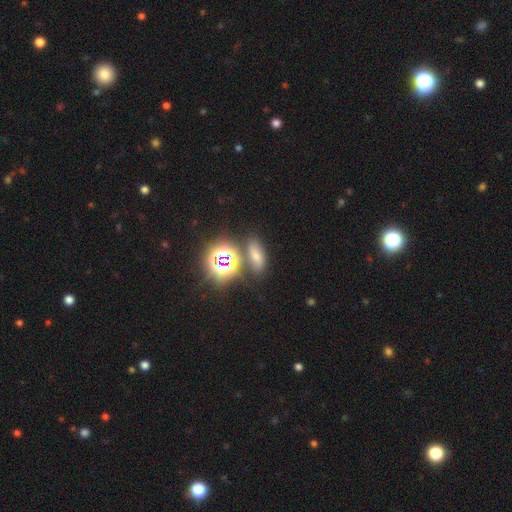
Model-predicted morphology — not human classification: Overall: smooth (49%; star or artifact 37%). Merging: none (70%).